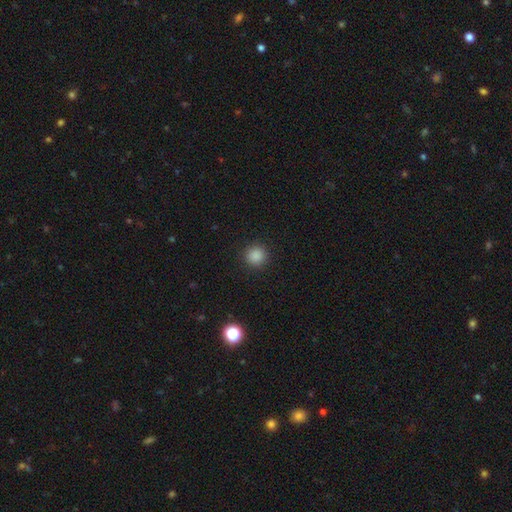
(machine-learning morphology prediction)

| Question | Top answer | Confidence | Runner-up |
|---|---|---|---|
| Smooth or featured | smooth | 87% | star or artifact (11%) |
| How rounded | round | 95% | in between (5%) |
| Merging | none | 92% | minor disturbance (5%) |